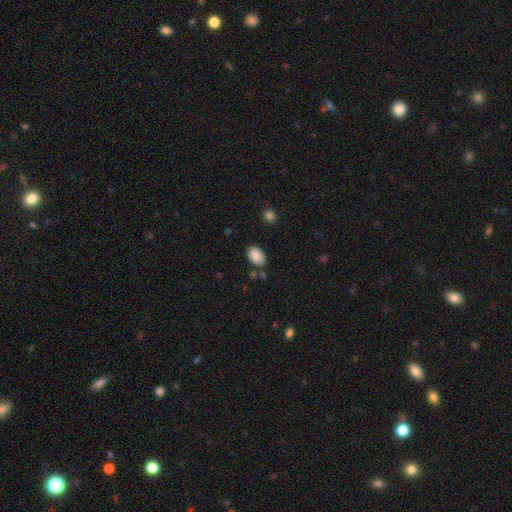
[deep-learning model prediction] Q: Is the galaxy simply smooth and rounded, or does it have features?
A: smooth — 89%.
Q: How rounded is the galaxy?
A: in between — 87%.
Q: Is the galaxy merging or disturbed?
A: none — 76%.